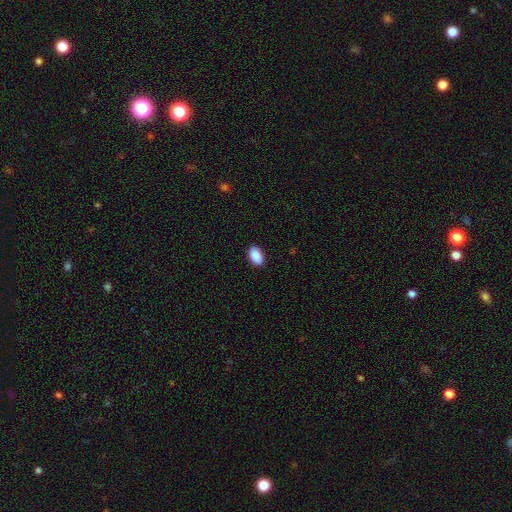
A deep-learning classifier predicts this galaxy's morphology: type=smooth (90%); roundness=in between (92%); merging=none (89%).